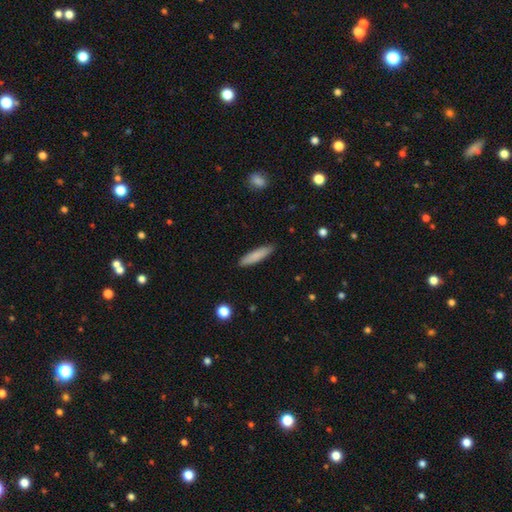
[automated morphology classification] smooth 83%, featured or disk 11%, star or artifact 6%. Down the decision tree: how rounded — cigar-shaped (81%); merging — none (88%).